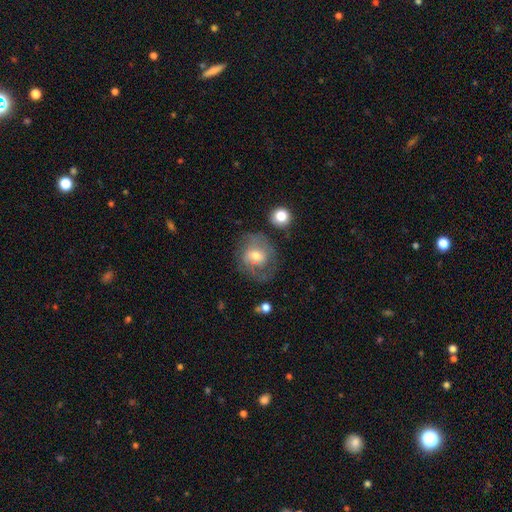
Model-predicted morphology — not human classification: Q: Smooth or featured?
A: featured or disk (47%); runner-up: smooth (45%)
Q: Merging?
A: none (52%); runner-up: minor disturbance (23%)